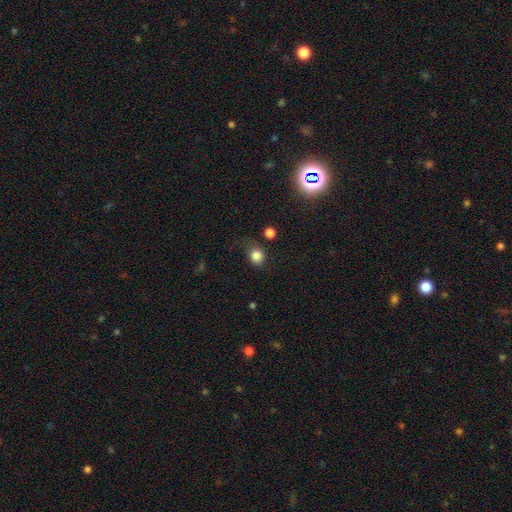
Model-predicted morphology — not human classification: Smooth or featured?
  - smooth: 82% *
  - star or artifact: 12%
  - featured or disk: 6%
How rounded?
  - round: 72% *
  - in between: 27%
  - cigar-shaped: 1%
Merging?
  - none: 61% *
  - minor disturbance: 24%
  - major disturbance: 10%
  - merger: 4%